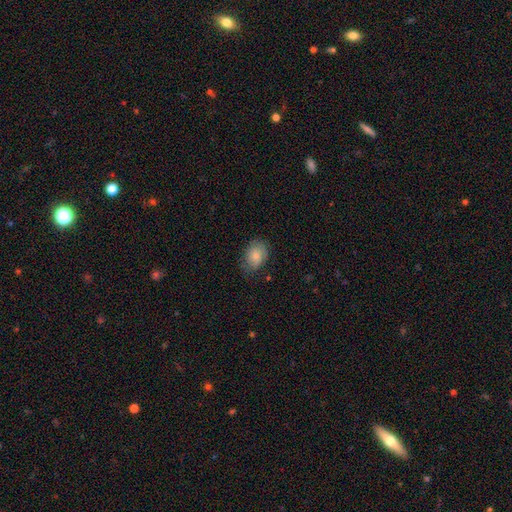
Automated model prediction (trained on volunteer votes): This appears to be a smooth galaxy with no disk features (80%) that is in between round and cigar-shaped (75%). Merging: none (71%).